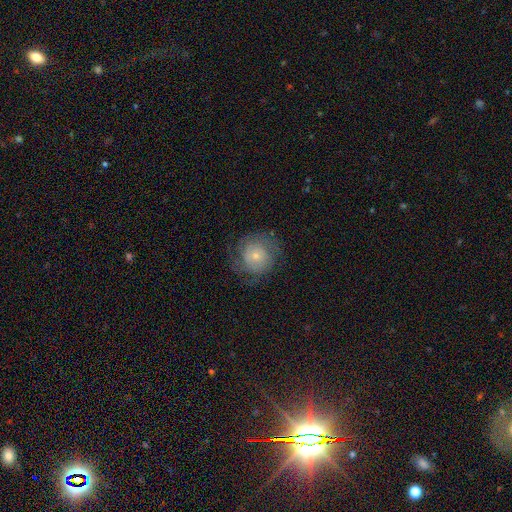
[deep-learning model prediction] Overall: featured or disk (57%; smooth 35%). Edge-on disk: no (97%). Bar: no (81%). Spiral arms: yes (79%). Bulge size: small (67%). Merging: none (68%).